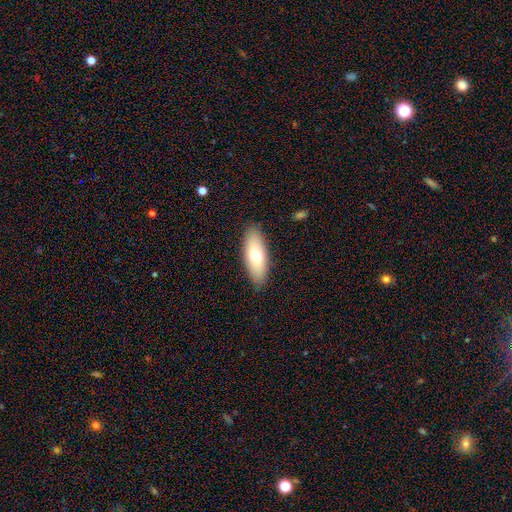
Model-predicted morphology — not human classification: This appears to be a smooth galaxy with no disk features (70%) that is in between round and cigar-shaped (71%). Merging: none (88%).